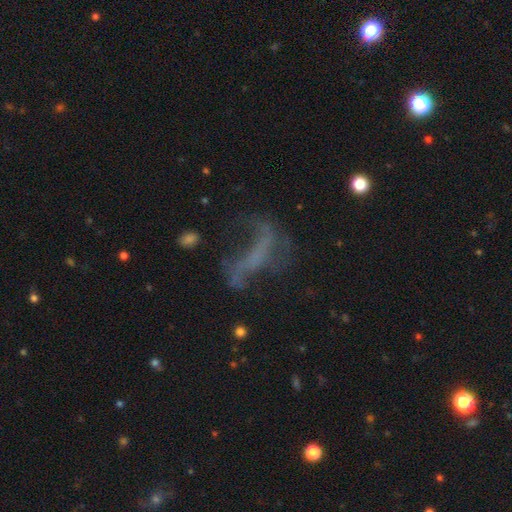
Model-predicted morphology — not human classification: A featured or disk galaxy (52%). Merging: major disturbance (39%).